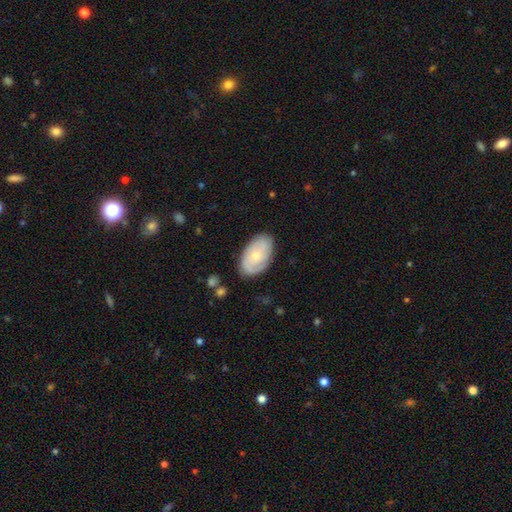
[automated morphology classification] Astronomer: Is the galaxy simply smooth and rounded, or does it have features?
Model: featured or disk — 50% (runner-up: smooth, 44%).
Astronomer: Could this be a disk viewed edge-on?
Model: no — 94%.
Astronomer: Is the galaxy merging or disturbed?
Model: none — 77%.